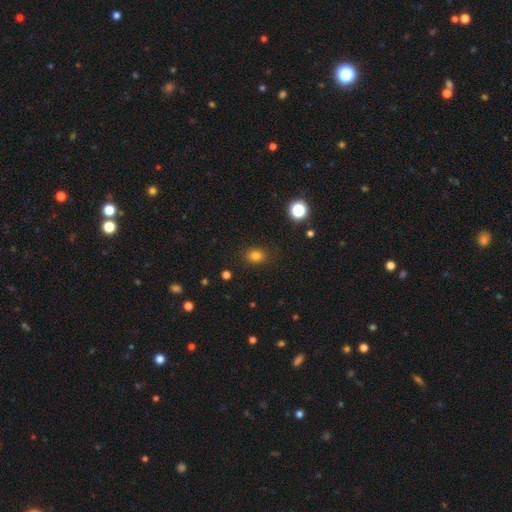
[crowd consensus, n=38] Q: Smooth or featured?
A: smooth (92%); runner-up: star or artifact (8%)
Q: How rounded?
A: round (57%); runner-up: in between (43%)
Q: Merging?
A: none (89%); runner-up: minor disturbance (9%)